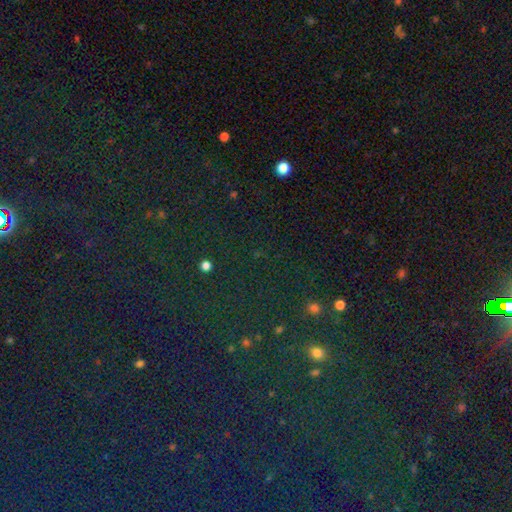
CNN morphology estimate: Smooth or featured? star or artifact (80%)